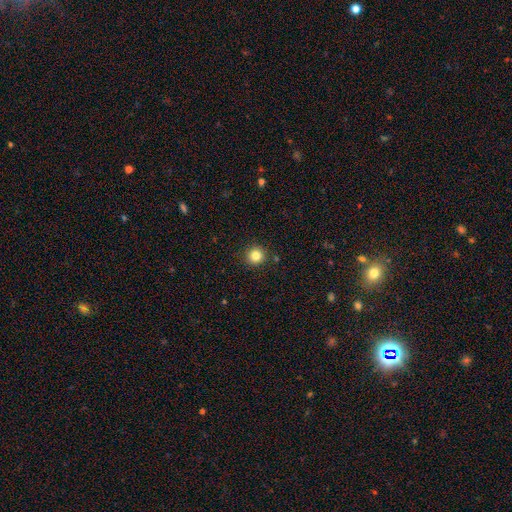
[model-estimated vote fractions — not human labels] Q: Smooth or featured?
A: smooth (83%); runner-up: star or artifact (12%)
Q: How rounded?
A: round (95%); runner-up: in between (5%)
Q: Merging?
A: none (91%); runner-up: minor disturbance (6%)